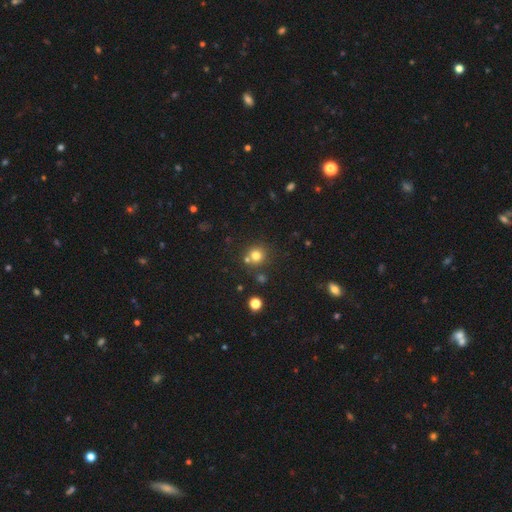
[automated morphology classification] The model was most divided on "merging": none: 71%, merger: 17%, minor disturbance: 9%, major disturbance: 3%. More confident: how rounded — round (91%); smooth or featured — smooth (76%).